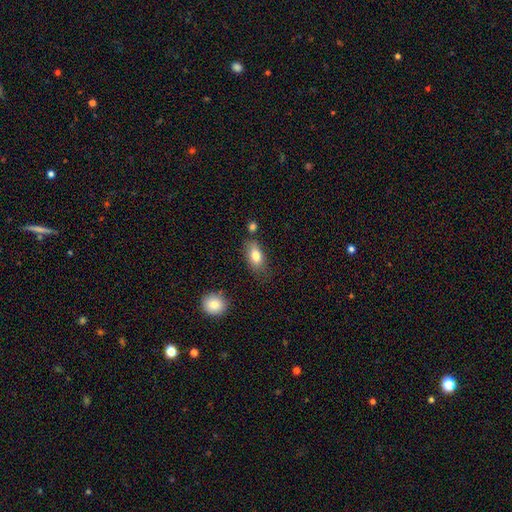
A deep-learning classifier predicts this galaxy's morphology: type=smooth (79%); roundness=in between (86%); merging=none (68%).